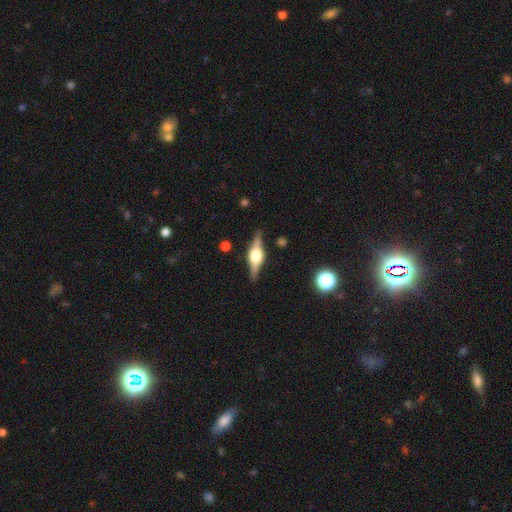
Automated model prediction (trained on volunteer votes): The model was most divided on "smooth or featured": featured or disk: 81%, smooth: 13%, star or artifact: 6%. More confident: edge-on disk — yes (97%); edge-on bulge — rounded (88%); merging — none (86%).